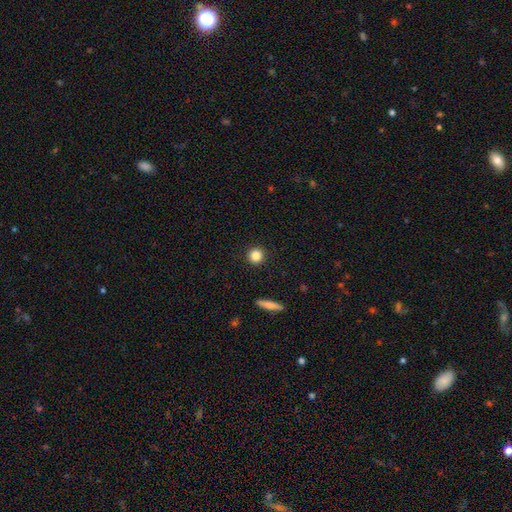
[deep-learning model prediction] smooth_or_featured: smooth (p=0.83) [alt: star or artifact p=0.11]
how_rounded: round (p=0.94) [alt: in between p=0.05]
merging: none (p=0.92) [alt: minor disturbance p=0.05]